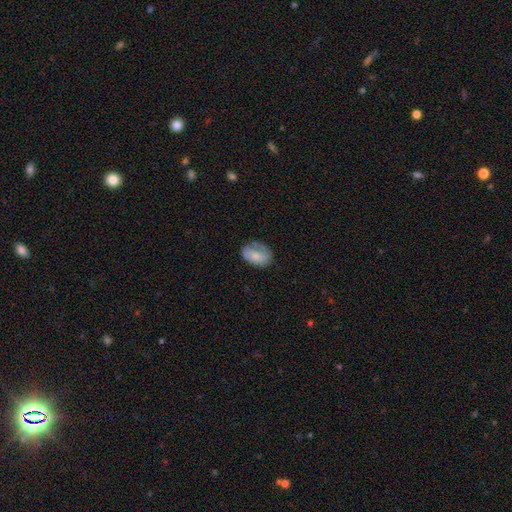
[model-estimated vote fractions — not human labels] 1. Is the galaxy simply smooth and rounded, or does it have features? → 64% smooth, 29% featured or disk, 7% star or artifact.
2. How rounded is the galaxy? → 83% in between, 16% round, 1% cigar-shaped.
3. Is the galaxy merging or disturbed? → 56% none, 30% minor disturbance, 13% major disturbance, 2% merger.